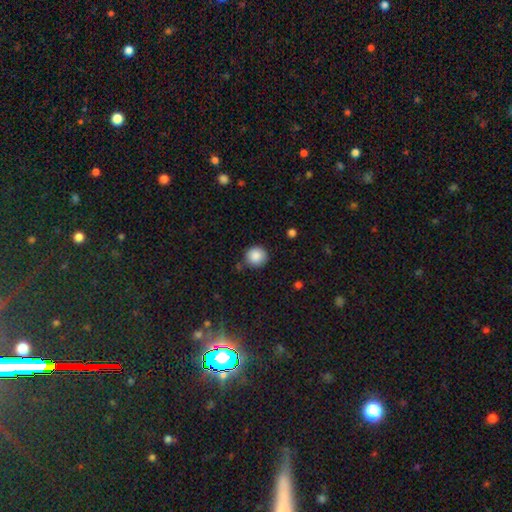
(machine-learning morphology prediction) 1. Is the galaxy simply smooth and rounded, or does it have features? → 87% smooth, 9% star or artifact, 4% featured or disk.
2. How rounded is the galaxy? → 93% round, 6% in between, 1% cigar-shaped.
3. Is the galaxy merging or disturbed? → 82% none, 12% minor disturbance, 3% merger, 3% major disturbance.